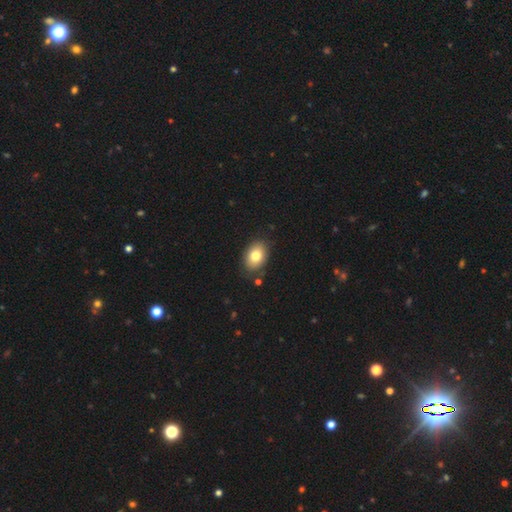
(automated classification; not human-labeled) smooth-or-featured: smooth: 79% | featured or disk: 13% | star or artifact: 8%
  how-rounded: in between: 81% | round: 18% | cigar-shaped: 1%
  merging: none: 84% | minor disturbance: 11% | major disturbance: 3% | merger: 2%